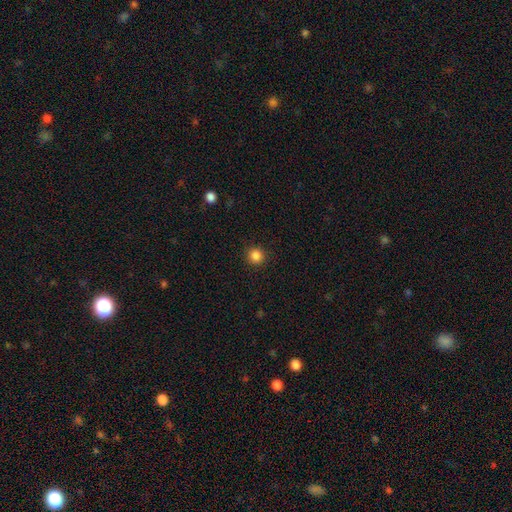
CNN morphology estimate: Smooth or featured: smooth — 85% (star or artifact — 11%)
How rounded: round — 95% (in between — 4%)
Merging: none — 92% (minor disturbance — 5%)